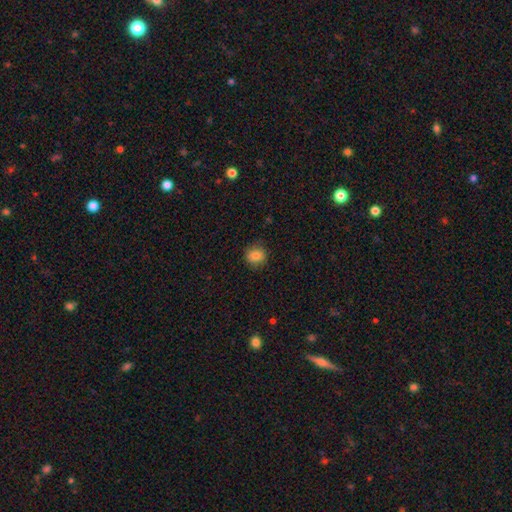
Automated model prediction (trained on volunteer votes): smooth-or-featured: smooth: 83% | star or artifact: 11% | featured or disk: 6%
  how-rounded: round: 81% | in between: 18% | cigar-shaped: 1%
  merging: none: 85% | minor disturbance: 12% | major disturbance: 3% | merger: 1%